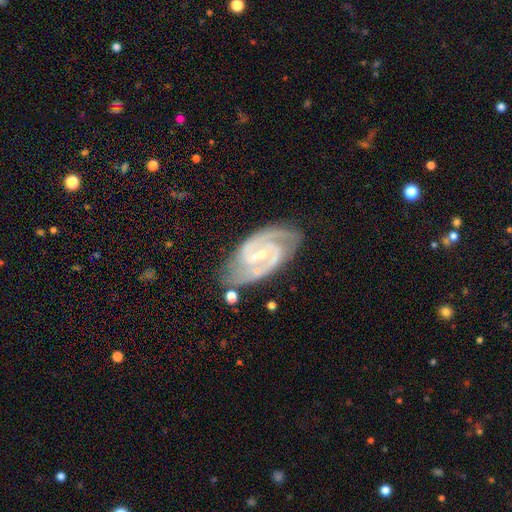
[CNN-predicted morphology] The model was most divided on "spiral winding": tight: 47%, medium: 46%, loose: 7%. Remaining: spiral arms — yes (99%); edge-on disk — no (97%); smooth or featured — featured or disk (92%); spiral arm count — 2 (88%); merging — none (78%); bulge size — small (71%); bar — weak (44%).